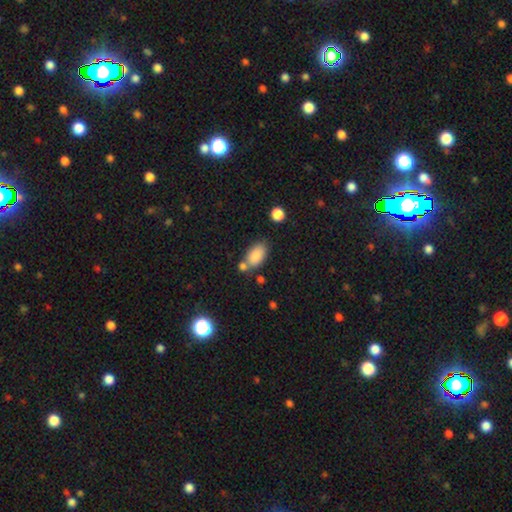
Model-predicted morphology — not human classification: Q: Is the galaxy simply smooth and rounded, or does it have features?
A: smooth — 86%.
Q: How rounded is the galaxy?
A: in between — 93%.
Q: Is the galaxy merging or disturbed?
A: none — 61%.